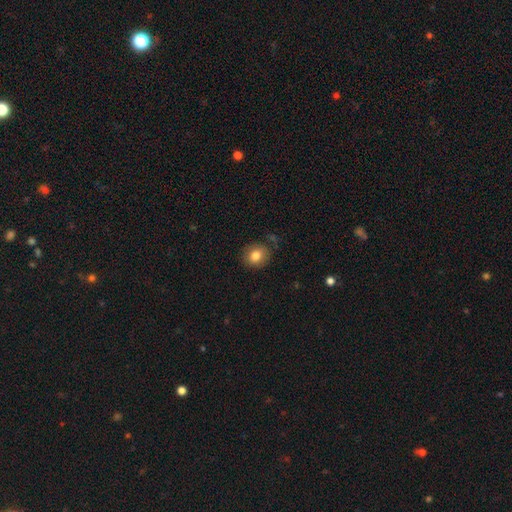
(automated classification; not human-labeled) Q: Smooth or featured?
A: smooth (81%); runner-up: featured or disk (9%)
Q: How rounded?
A: round (72%); runner-up: in between (27%)
Q: Merging?
A: none (81%); runner-up: minor disturbance (13%)